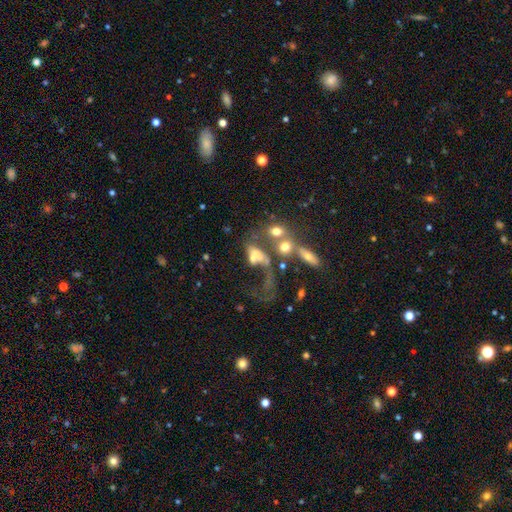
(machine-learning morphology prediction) This appears to be a featured or disk galaxy (44%). Merging: merger (49%).